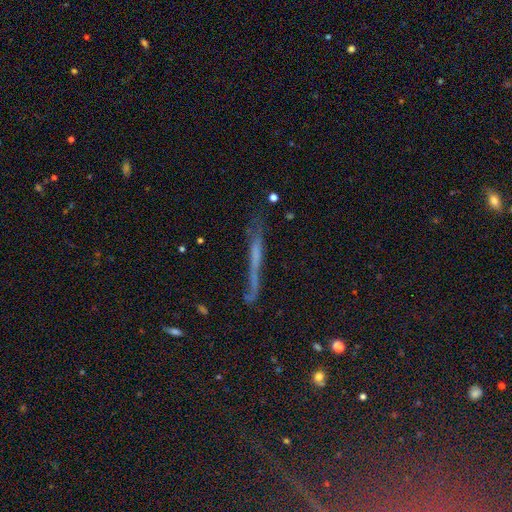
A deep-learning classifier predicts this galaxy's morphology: Overall: featured or disk (47%; smooth 39%). Merging: none (59%; minor disturbance 24%).